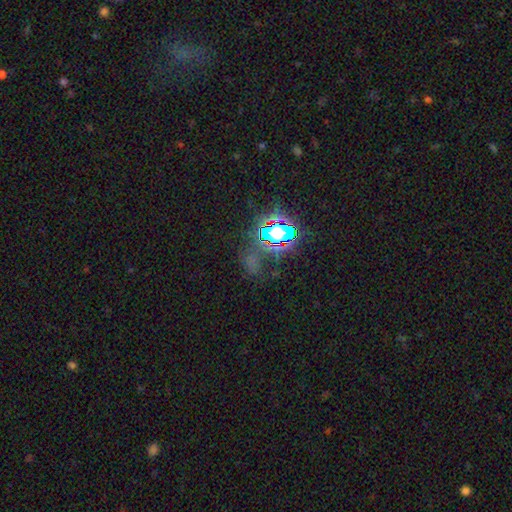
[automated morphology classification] Smooth or featured?
  - star or artifact: 79% *
  - smooth: 13%
  - featured or disk: 8%